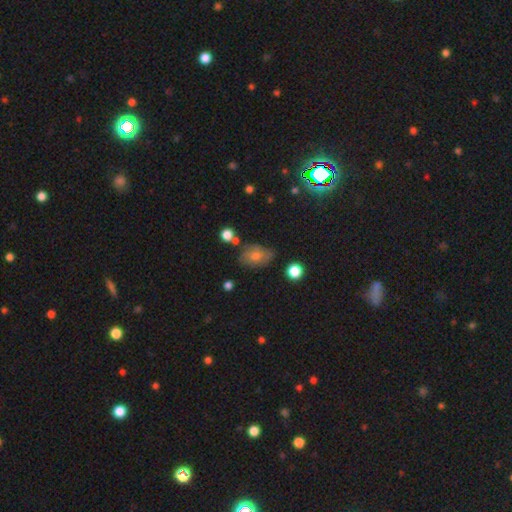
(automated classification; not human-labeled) smooth-or-featured: smooth: 57% | featured or disk: 24% | star or artifact: 19%
  how-rounded: in between: 74% | round: 24% | cigar-shaped: 2%
  merging: none: 61% | minor disturbance: 26% | major disturbance: 8% | merger: 6%